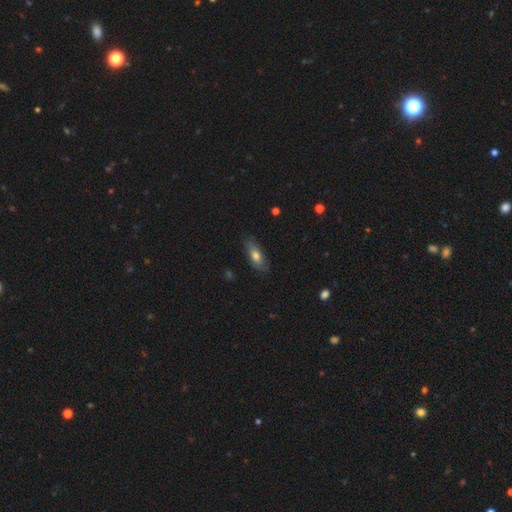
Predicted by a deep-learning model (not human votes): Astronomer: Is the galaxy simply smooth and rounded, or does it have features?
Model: smooth — 69%.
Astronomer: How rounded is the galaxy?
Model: in between — 71%.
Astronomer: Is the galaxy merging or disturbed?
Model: none — 80%.